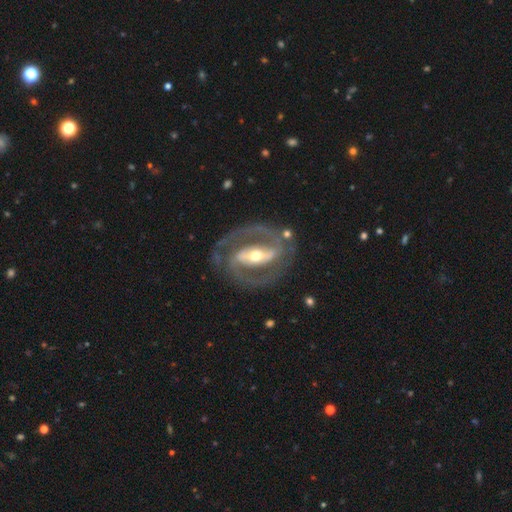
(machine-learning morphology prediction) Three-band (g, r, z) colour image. It shows a featured or disk galaxy (91%) with a strong bar (66%), 2 (90%) medium (50%) spiral arms (94%) and a moderate central bulge (62%). Merging: none (79%).